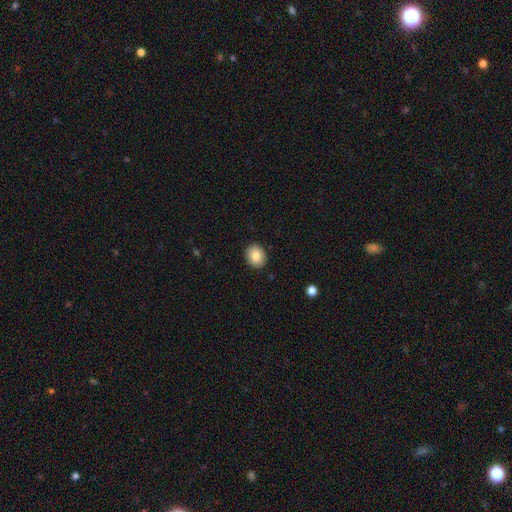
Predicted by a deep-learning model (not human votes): This appears to be a smooth galaxy with no disk features (85%) that is round (53%). Merging: none (90%).